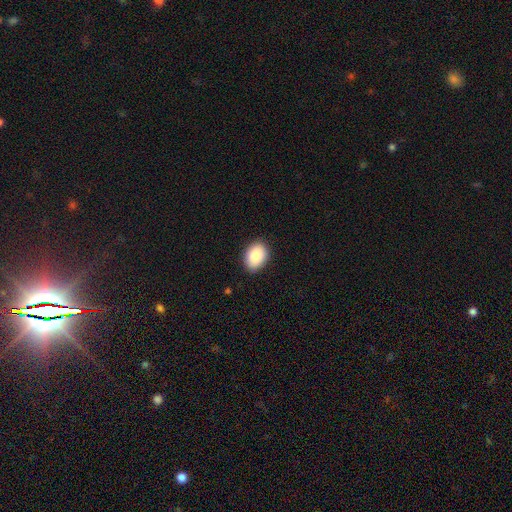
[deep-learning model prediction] A smooth galaxy with no disk features (88%) that is in between round and cigar-shaped (75%). Merging: none (88%).